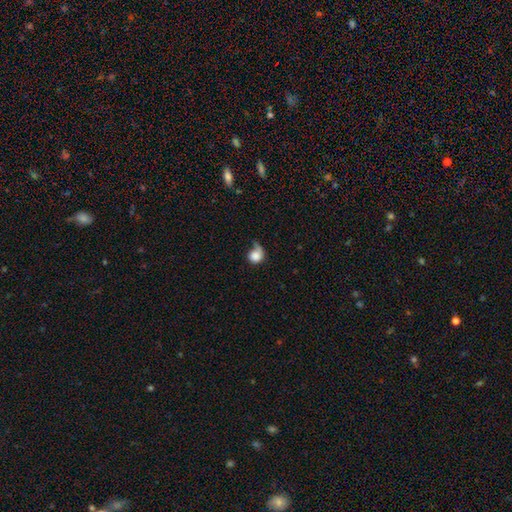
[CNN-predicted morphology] Smooth or featured: smooth — 76% (featured or disk — 15%)
How rounded: round — 76% (in between — 23%)
Merging: major disturbance — 34% (none — 32%)